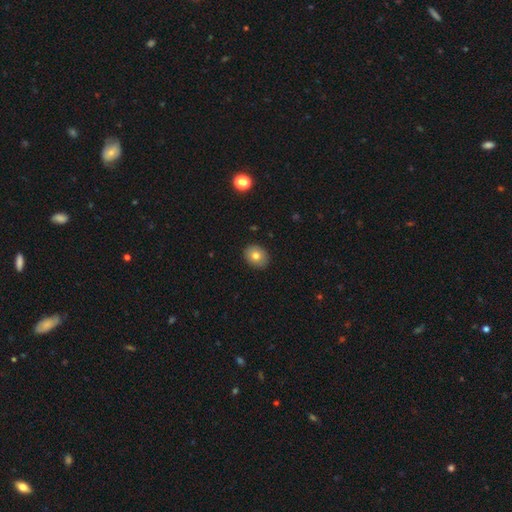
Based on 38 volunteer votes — smooth-or-featured: smooth: 87% | featured or disk: 8% | star or artifact: 5%
  how-rounded: in between: 61% | round: 36% | cigar-shaped: 3%
  merging: none: 94% | minor disturbance: 6% | major disturbance: 0% | merger: 0%